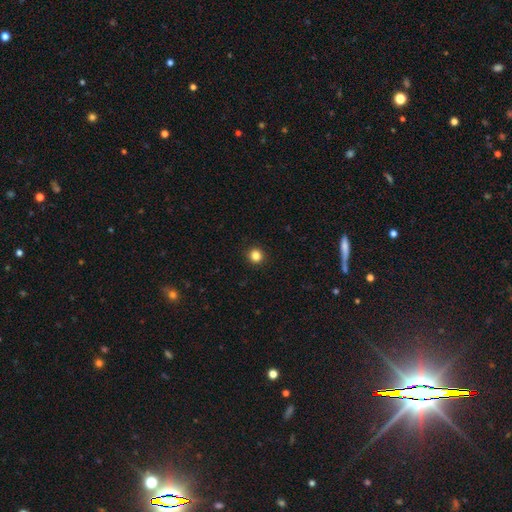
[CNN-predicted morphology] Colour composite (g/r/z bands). It shows a smooth galaxy with no disk features (84%) that is round (94%). Merging: none (93%).